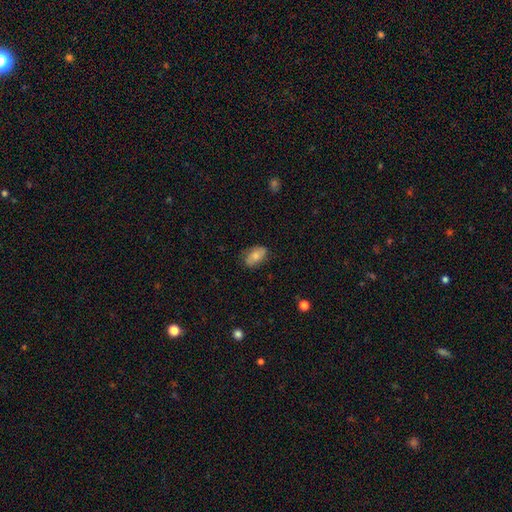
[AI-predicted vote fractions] Smooth or featured? Predicted: smooth (p=0.77). How rounded? Predicted: in between (p=0.91). Merging? Predicted: none (p=0.76).